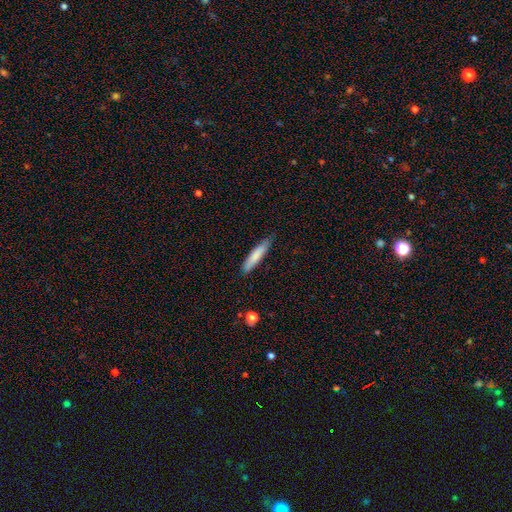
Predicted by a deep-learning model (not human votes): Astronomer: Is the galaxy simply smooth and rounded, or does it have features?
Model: smooth — 79%.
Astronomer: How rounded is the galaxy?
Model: cigar-shaped — 85%.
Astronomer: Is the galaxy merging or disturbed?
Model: none — 84%.